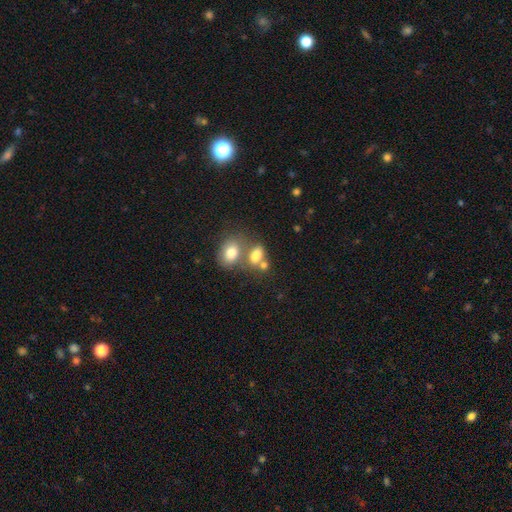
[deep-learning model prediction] The model was most divided on "merging": merger: 49%, none: 34%, minor disturbance: 11%, major disturbance: 6%. More confident: how rounded — in between (80%); smooth or featured — smooth (78%).